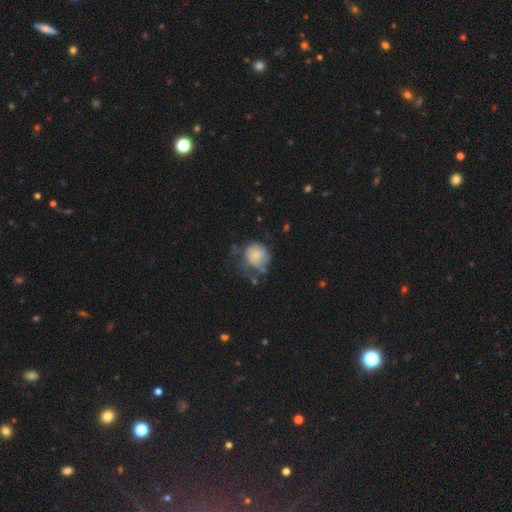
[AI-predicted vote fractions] Smooth or featured? smooth (67%)
How rounded? round (79%)
Merging? none (33%)